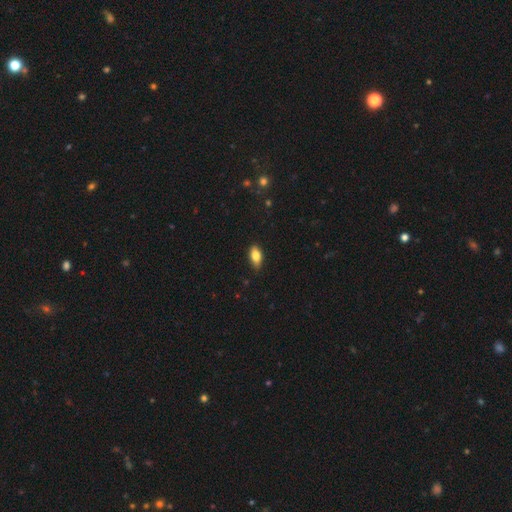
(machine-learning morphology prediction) smooth 81%, featured or disk 12%, star or artifact 8%. Down the decision tree: how rounded — in between (88%); merging — none (83%).